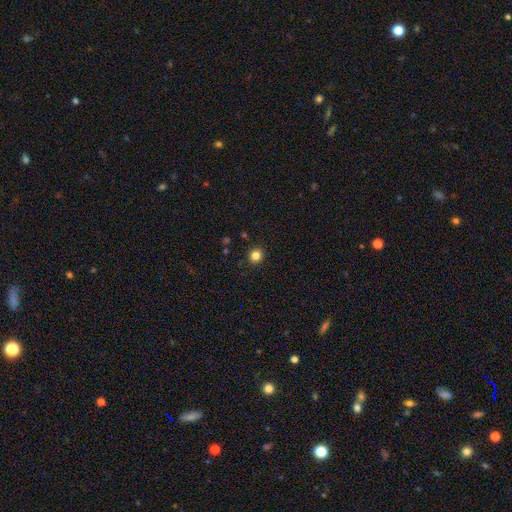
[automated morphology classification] Smooth or featured? smooth (83%)
How rounded? round (91%)
Merging? none (92%)